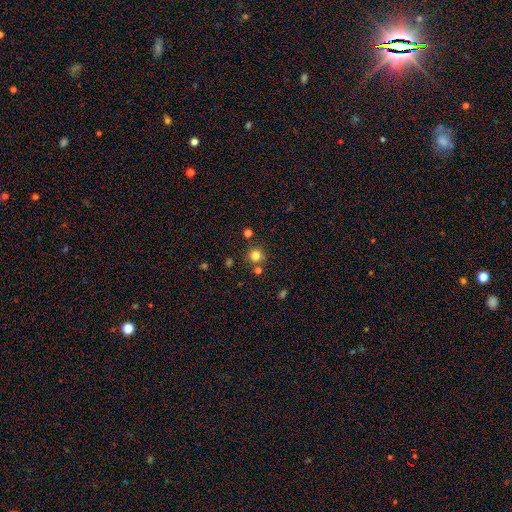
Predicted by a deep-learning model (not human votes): The model was most divided on "smooth or featured": smooth: 79%, star or artifact: 15%, featured or disk: 6%. More confident: how rounded — round (93%); merging — none (79%).